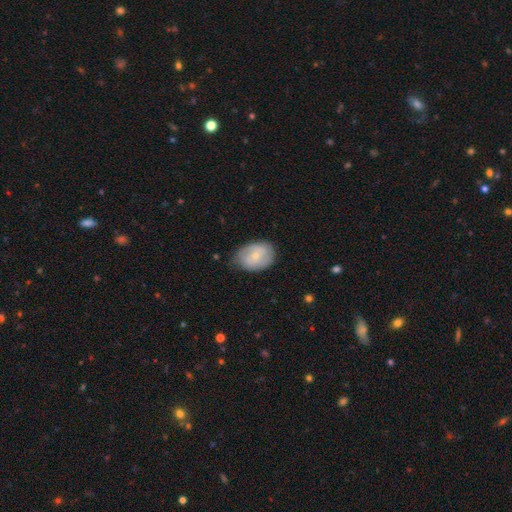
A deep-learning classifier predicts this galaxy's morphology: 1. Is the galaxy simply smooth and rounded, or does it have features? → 51% smooth, 43% featured or disk, 6% star or artifact.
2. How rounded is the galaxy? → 71% in between, 28% round, 1% cigar-shaped.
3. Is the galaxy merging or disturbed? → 71% none, 23% minor disturbance, 5% major disturbance, 1% merger.